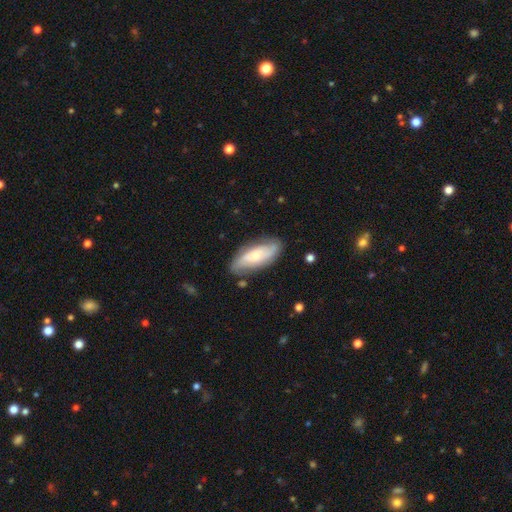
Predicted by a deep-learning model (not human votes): This appears to be a featured or disk galaxy (53%). Merging: none (75%).